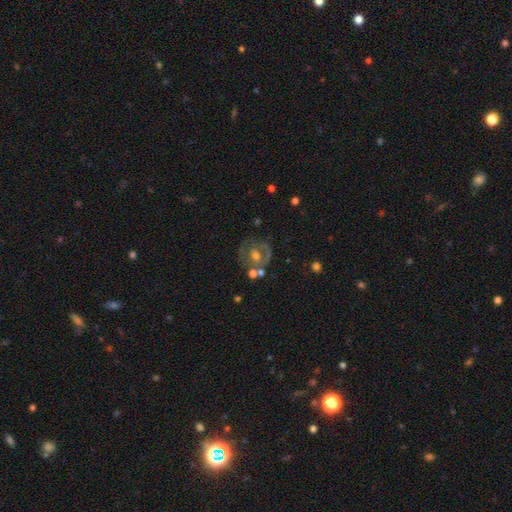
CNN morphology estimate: Overall: featured or disk (63%; smooth 28%). Edge-on disk: no (96%). Bar: no (66%). Spiral arms: no (57%; yes 43%). Bulge size: moderate (63%). Merging: none (59%).